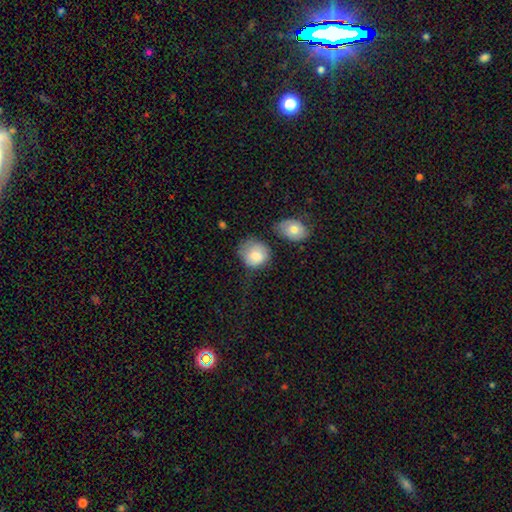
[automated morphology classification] type=smooth (82%); roundness=round (72%); merging=none (42%).